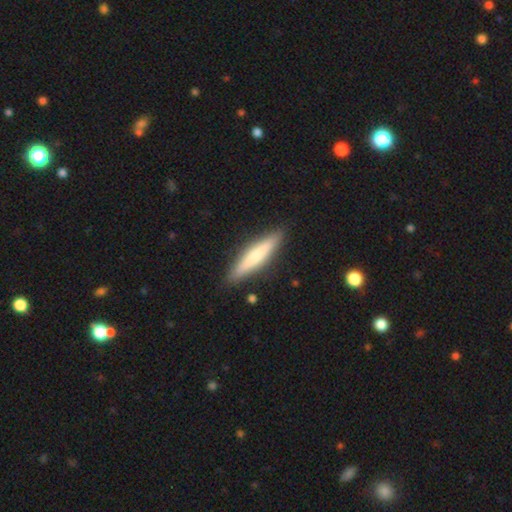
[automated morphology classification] A smooth galaxy with no disk features (65%) that is cigar-shaped (88%). Merging: none (89%).